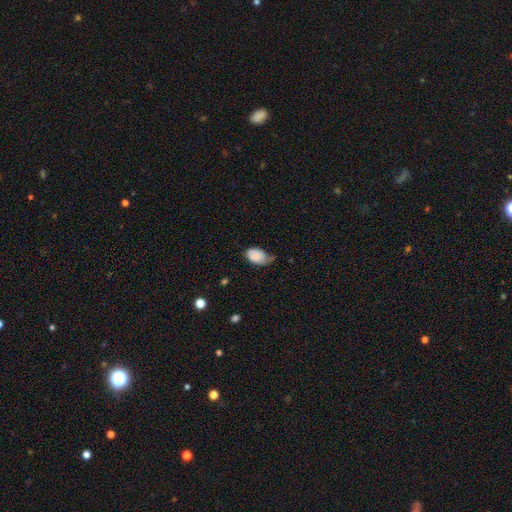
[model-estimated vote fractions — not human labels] The model was most divided on "merging": minor disturbance: 45%, none: 38%, major disturbance: 13%, merger: 3%. More confident: how rounded — in between (90%); smooth or featured — smooth (85%).